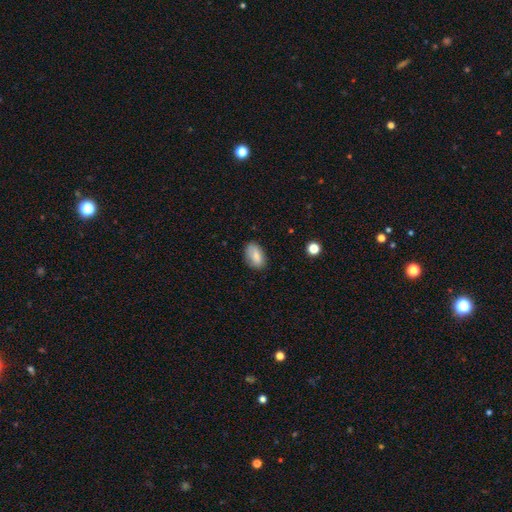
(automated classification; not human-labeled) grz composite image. It shows a smooth galaxy with no disk features (83%) that is in between round and cigar-shaped (91%). Merging: none (79%).